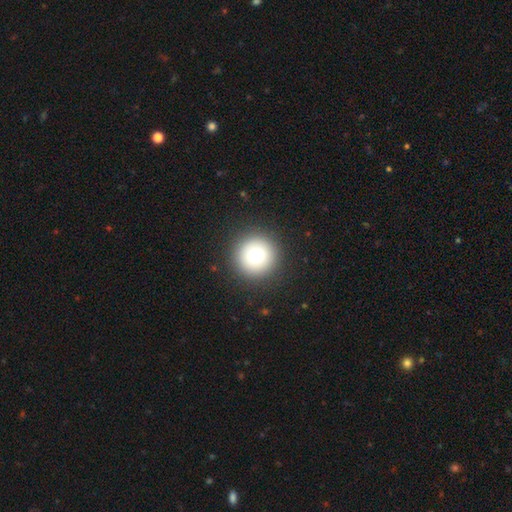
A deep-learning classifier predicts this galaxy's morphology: Q: Smooth or featured?
A: smooth (73%); runner-up: featured or disk (15%)
Q: How rounded?
A: round (96%); runner-up: in between (3%)
Q: Merging?
A: none (91%); runner-up: minor disturbance (5%)